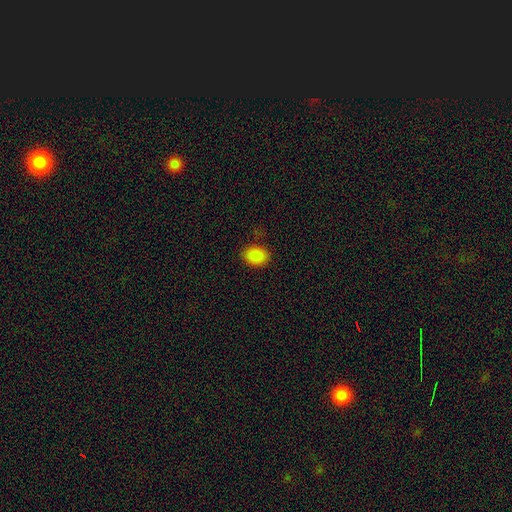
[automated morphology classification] Smooth or featured? smooth (87%)
How rounded? in between (69%)
Merging? none (84%)